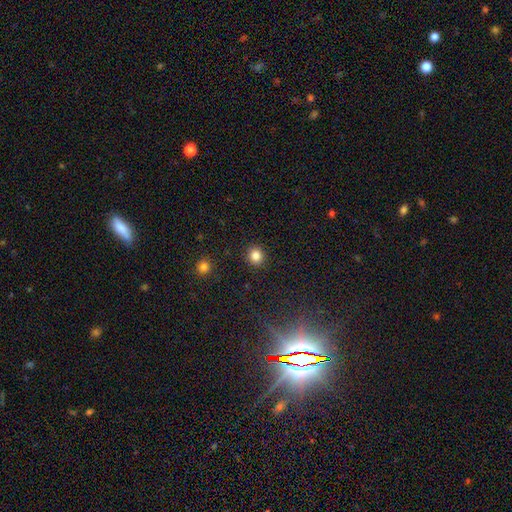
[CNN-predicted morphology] smooth 84%, star or artifact 12%, featured or disk 4%. Down the decision tree: how rounded — round (89%); merging — none (92%).